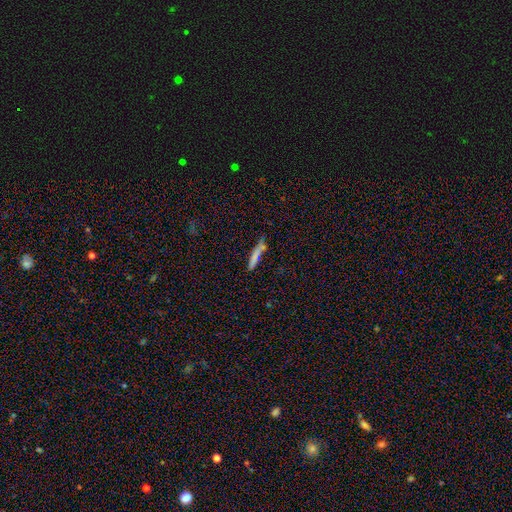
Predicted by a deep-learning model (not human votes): Morphology: type=smooth (74%); roundness=cigar-shaped (91%); merging=none (68%).